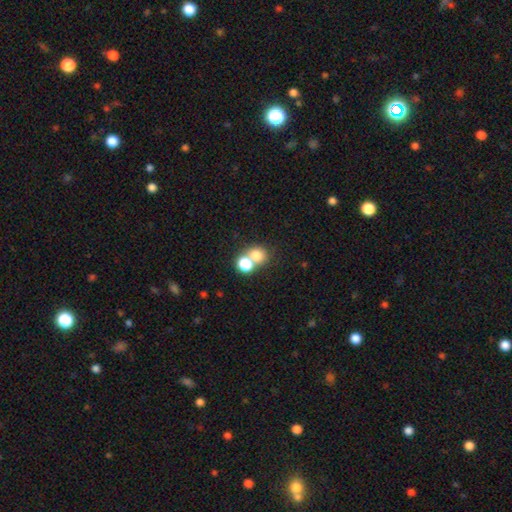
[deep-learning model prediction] A smooth galaxy with no disk features (75%) that is round (78%). Merging: merger (45%, tied with none).